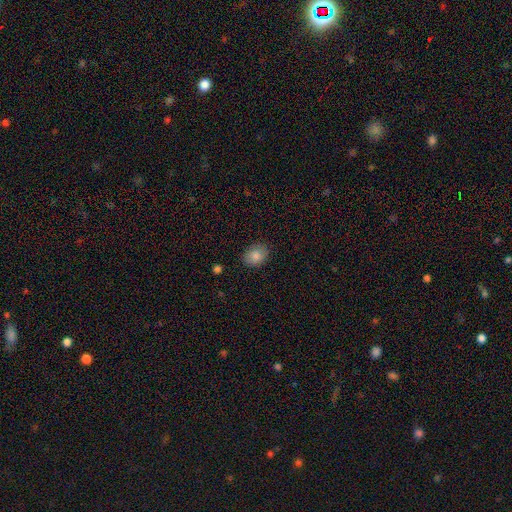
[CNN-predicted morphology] Q: Smooth or featured?
A: smooth (84%); runner-up: star or artifact (8%)
Q: How rounded?
A: in between (65%); runner-up: round (34%)
Q: Merging?
A: none (85%); runner-up: minor disturbance (11%)